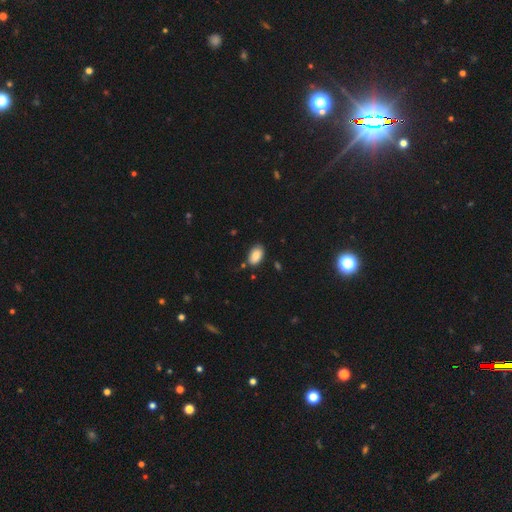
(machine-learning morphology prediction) Q: Smooth or featured?
A: smooth (87%); runner-up: star or artifact (8%)
Q: How rounded?
A: in between (92%); runner-up: round (6%)
Q: Merging?
A: none (77%); runner-up: minor disturbance (17%)